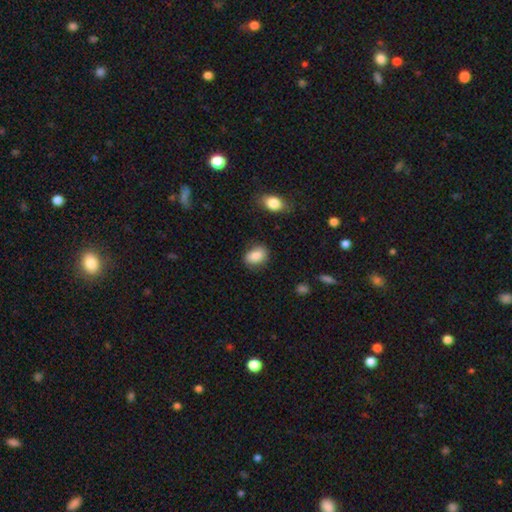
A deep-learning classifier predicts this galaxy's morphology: type=smooth (84%); roundness=in between (71%); merging=none (81%).